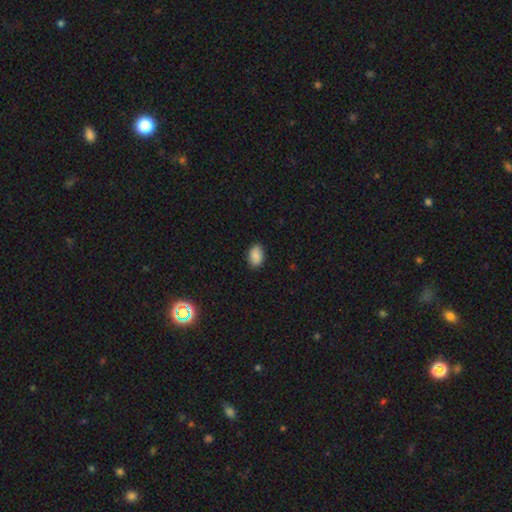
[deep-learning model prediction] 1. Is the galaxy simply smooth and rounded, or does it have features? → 88% smooth, 9% star or artifact, 3% featured or disk.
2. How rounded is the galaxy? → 87% in between, 12% round, 1% cigar-shaped.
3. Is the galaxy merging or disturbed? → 87% none, 10% minor disturbance, 2% major disturbance, 1% merger.